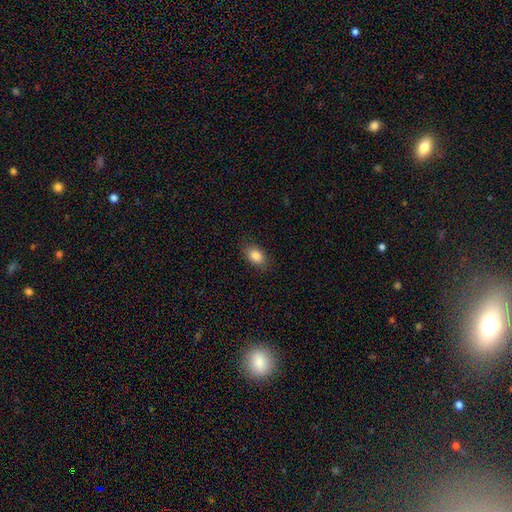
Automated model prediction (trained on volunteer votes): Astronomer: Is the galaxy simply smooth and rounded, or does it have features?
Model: smooth — 85%.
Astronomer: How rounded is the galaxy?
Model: in between — 86%.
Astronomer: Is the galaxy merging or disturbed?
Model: none — 86%.